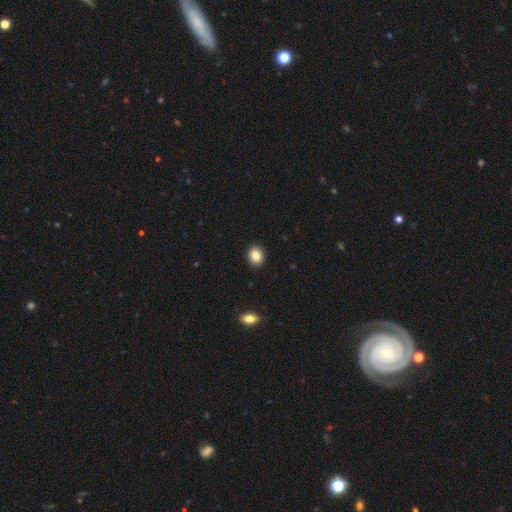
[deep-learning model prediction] Smooth or featured? Predicted: smooth (p=0.87). How rounded? Predicted: in between (p=0.54). Merging? Predicted: none (p=0.91).